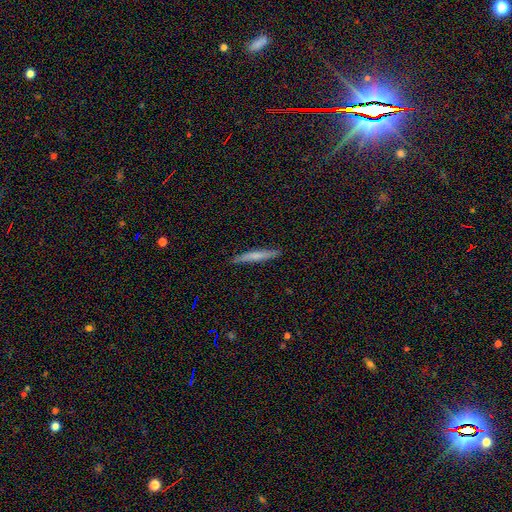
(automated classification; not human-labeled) Morphology: type=smooth (62%); roundness=cigar-shaped (95%); merging=none (89%).